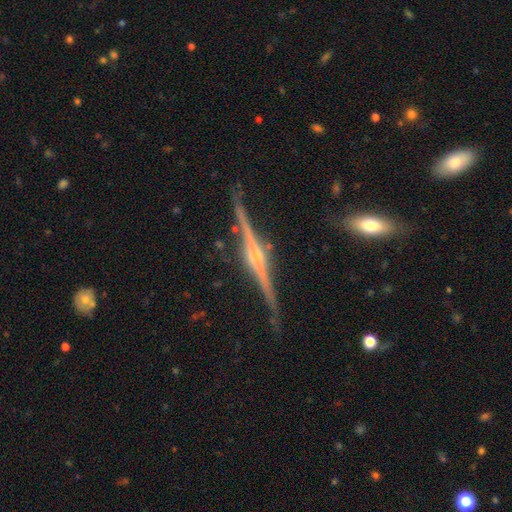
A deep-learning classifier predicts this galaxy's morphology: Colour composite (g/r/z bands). It shows a featured or disk galaxy (91%) viewed edge-on (98%) with a rounded central bulge (86%). Merging: none (84%).